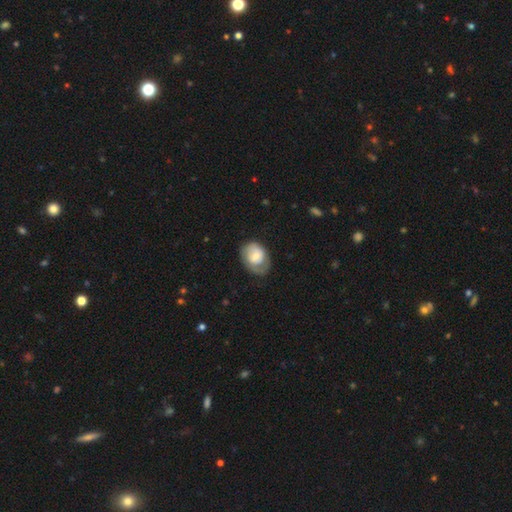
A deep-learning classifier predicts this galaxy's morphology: This appears to be a smooth galaxy with no disk features (52%) that is in between round and cigar-shaped (65%). Merging: none (55%).